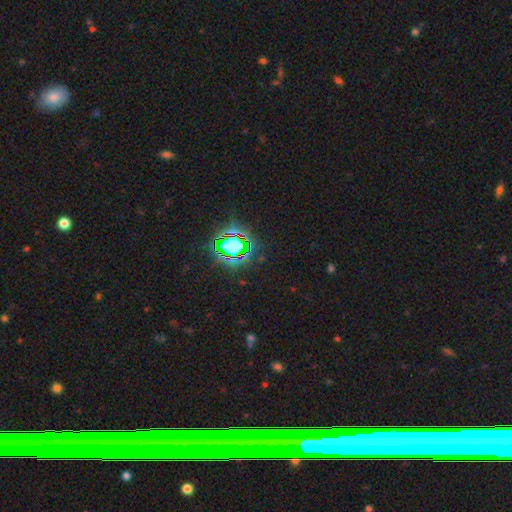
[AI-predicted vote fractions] A star or artifact, not a galaxy (81%).

Vote fractions:
- Smooth or featured? star or artifact: 81% / smooth: 10% / featured or disk: 8%